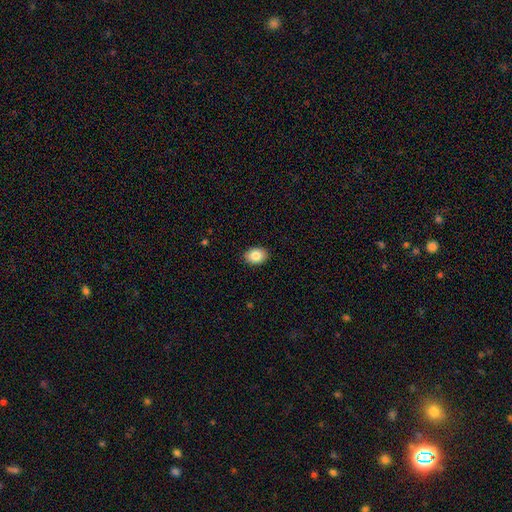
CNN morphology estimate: Smooth or featured?
  - smooth: 86% *
  - star or artifact: 8%
  - featured or disk: 6%
How rounded?
  - in between: 71% *
  - round: 28%
  - cigar-shaped: 1%
Merging?
  - none: 90% *
  - minor disturbance: 8%
  - major disturbance: 2%
  - merger: 1%